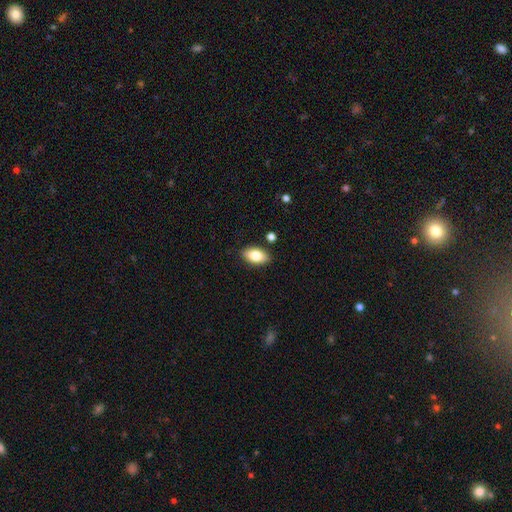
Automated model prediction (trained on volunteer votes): This is clearly a smooth galaxy (81%). How rounded: clearly in between (92%). Merging: clearly none (86%).